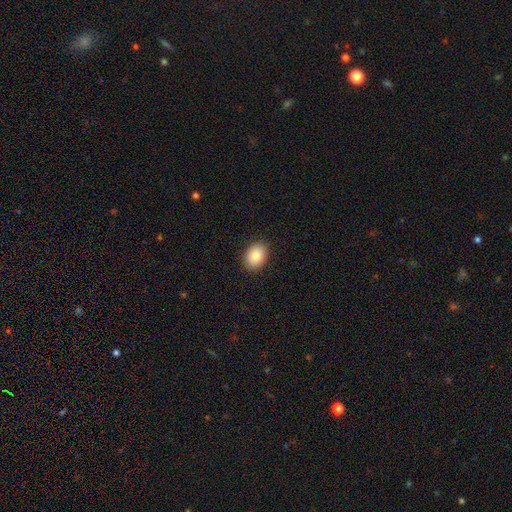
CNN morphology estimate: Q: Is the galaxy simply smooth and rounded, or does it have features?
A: smooth — 86%.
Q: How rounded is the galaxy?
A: in between — 72%.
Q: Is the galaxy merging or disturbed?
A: none — 90%.